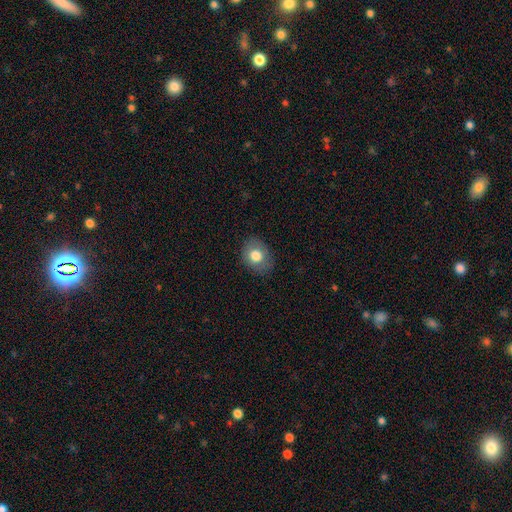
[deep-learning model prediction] Smooth or featured? smooth (76%)
How rounded? round (50%)
Merging? none (80%)